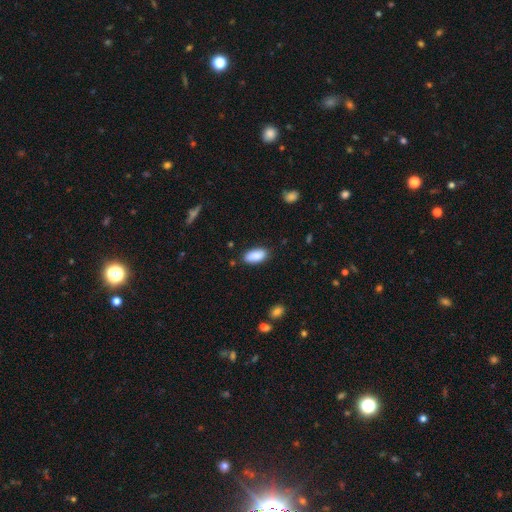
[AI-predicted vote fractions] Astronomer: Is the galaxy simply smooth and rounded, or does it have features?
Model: smooth — 89%.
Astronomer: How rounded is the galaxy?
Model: in between — 92%.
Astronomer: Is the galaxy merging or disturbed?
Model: none — 84%.